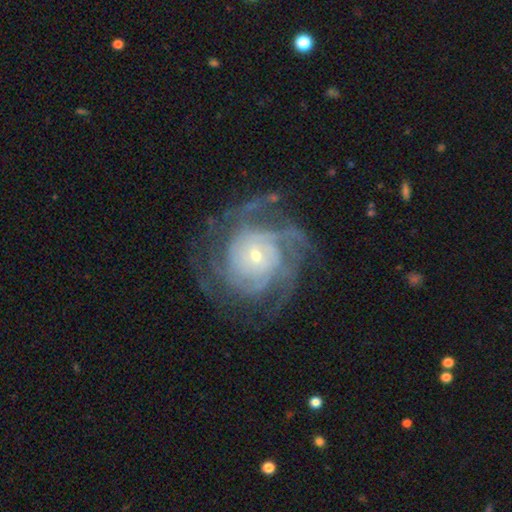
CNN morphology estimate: The model was most divided on "spiral arm count": can't tell: 28%, 4: 24%, 3: 17%, more than 4: 13%, 2: 11%, 1: 7%. More confident: edge-on disk — no (97%); spiral arms — yes (96%); smooth or featured — featured or disk (87%); bar — no (74%); bulge size — small (70%); merging — none (69%); spiral winding — tight (67%).